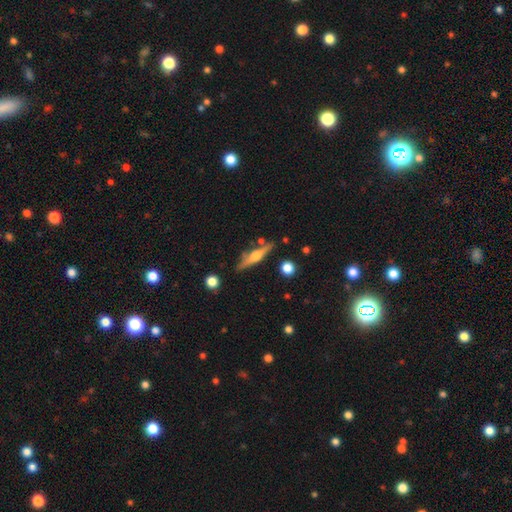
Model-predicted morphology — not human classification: smooth-or-featured: featured or disk: 66% | smooth: 27% | star or artifact: 7%
  disk-edge-on: yes: 96% | no: 4%
    edge-on-bulge: rounded: 89% | boxy: 7% | none: 4%
  merging: none: 79% | minor disturbance: 12% | merger: 6% | major disturbance: 3%